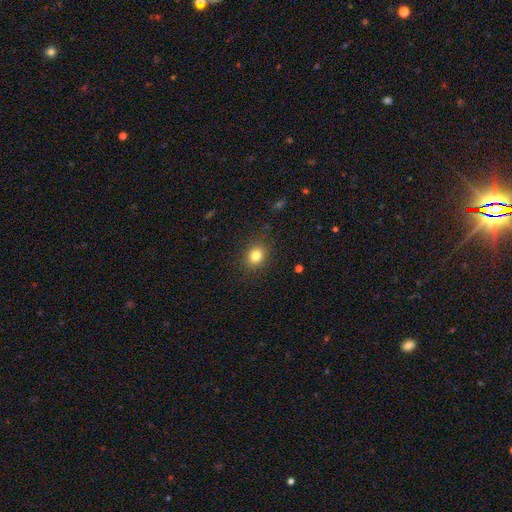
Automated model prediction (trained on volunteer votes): smooth_or_featured: smooth (p=0.82) [alt: star or artifact p=0.12]
how_rounded: round (p=0.65) [alt: in between p=0.34]
merging: none (p=0.88) [alt: minor disturbance p=0.09]